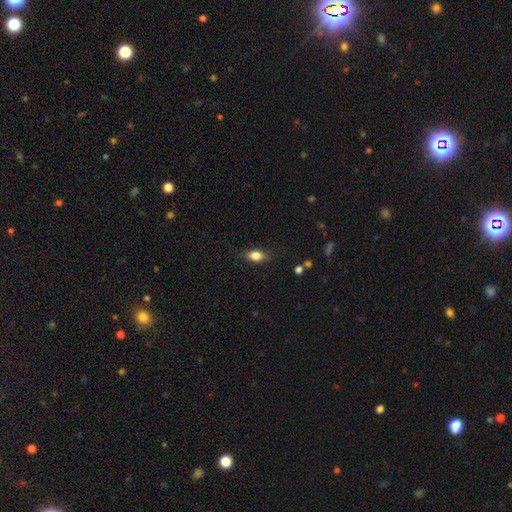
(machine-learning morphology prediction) Smooth or featured: smooth — 81% (featured or disk — 11%)
How rounded: in between — 80% (round — 13%)
Merging: none — 81% (minor disturbance — 14%)